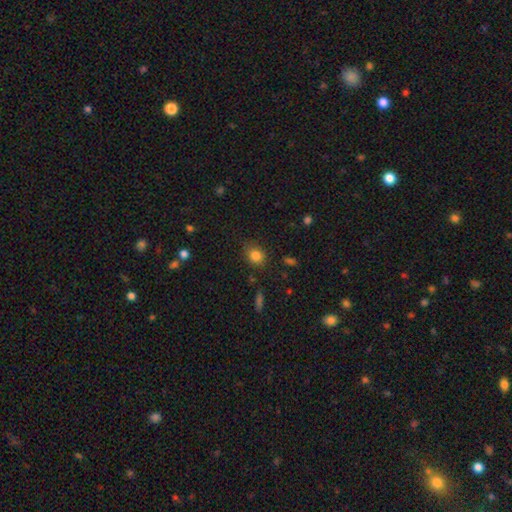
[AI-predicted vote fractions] Smooth or featured? smooth (83%)
How rounded? round (67%)
Merging? none (79%)